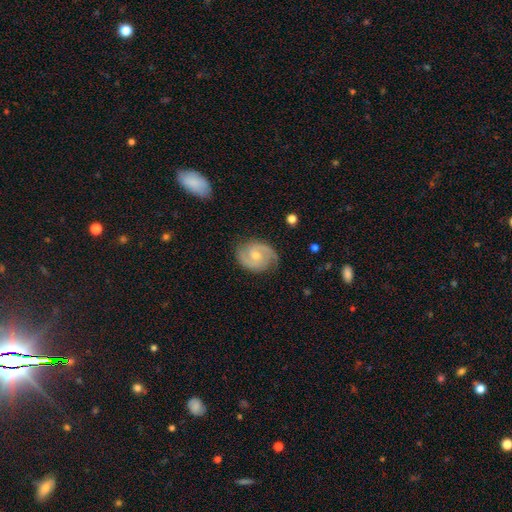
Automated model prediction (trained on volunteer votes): Smooth or featured: featured or disk — 86% (smooth — 9%)
Edge-on disk: no — 98% (yes — 2%)
Bar: no — 52% (weak — 41%)
Spiral arms: yes — 97% (no — 3%)
Spiral winding: medium — 49% (tight — 40%)
Spiral arm count: 2 — 89% (can't tell — 4%)
Bulge size: small — 49% (moderate — 47%)
Merging: none — 81% (minor disturbance — 14%)